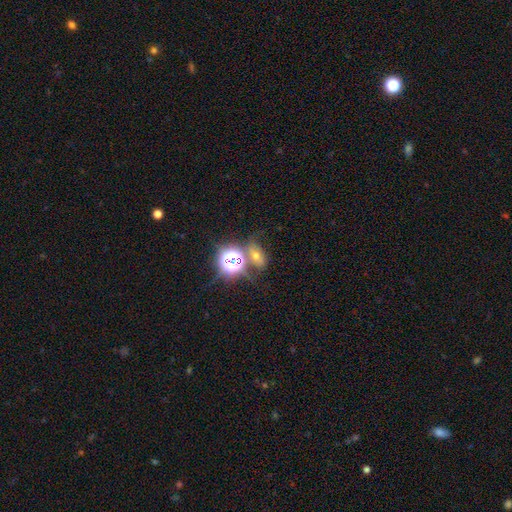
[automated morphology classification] Smooth or featured? star or artifact (42%)